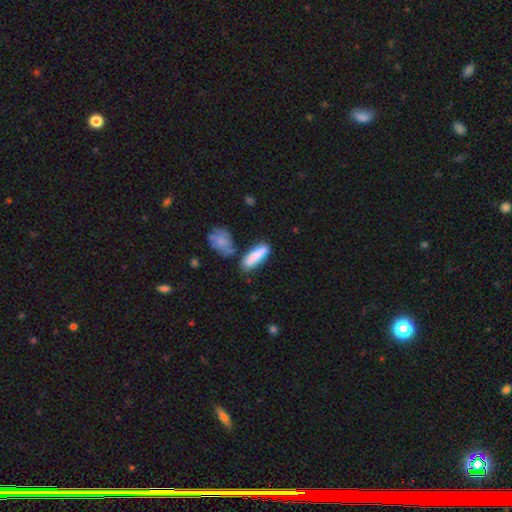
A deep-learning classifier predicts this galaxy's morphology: smooth_or_featured: smooth (p=0.79) [alt: featured or disk p=0.15]
how_rounded: cigar-shaped (p=0.58) [alt: in between p=0.39]
merging: none (p=0.65) [alt: minor disturbance p=0.19]